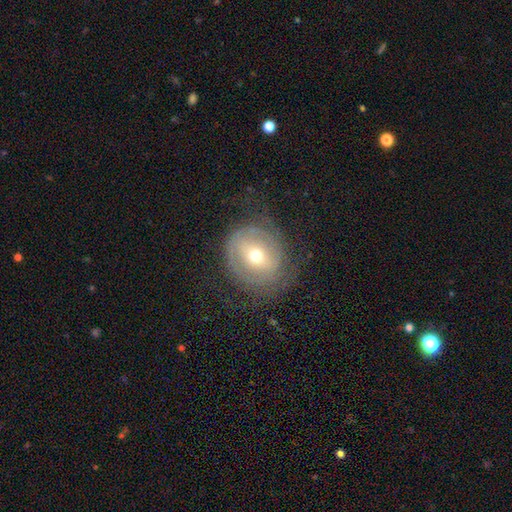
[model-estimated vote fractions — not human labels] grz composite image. It shows a featured or disk galaxy (57%) with no bar (53%), spiral arms (56%) and a moderate central bulge (59%). Merging: none (63%).